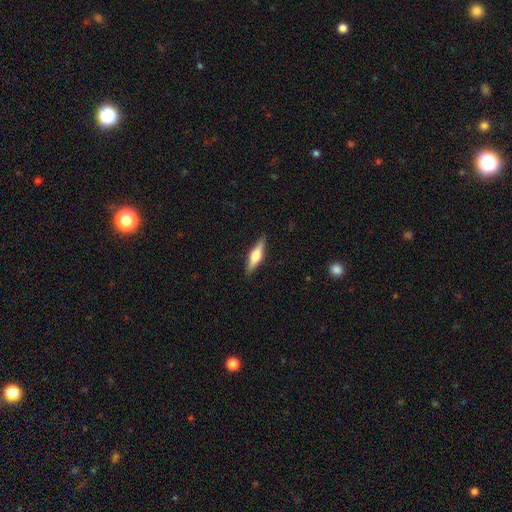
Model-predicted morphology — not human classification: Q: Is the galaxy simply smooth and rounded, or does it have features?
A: featured or disk — 52%.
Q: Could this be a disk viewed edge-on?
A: yes — 94%.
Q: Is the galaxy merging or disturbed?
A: none — 88%.